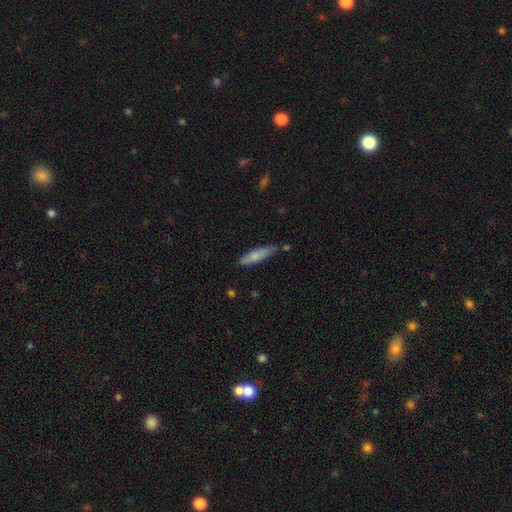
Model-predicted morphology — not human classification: Overall: smooth (75%). How rounded: cigar-shaped (77%). Merging: none (68%).